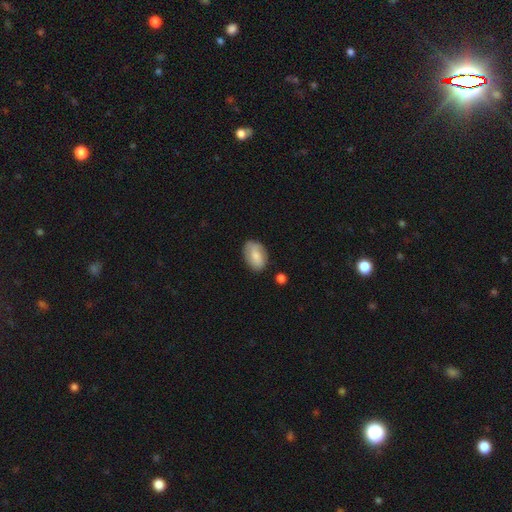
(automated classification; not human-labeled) Smooth or featured: smooth — 74% (featured or disk — 19%)
How rounded: in between — 88% (round — 10%)
Merging: none — 78% (minor disturbance — 16%)